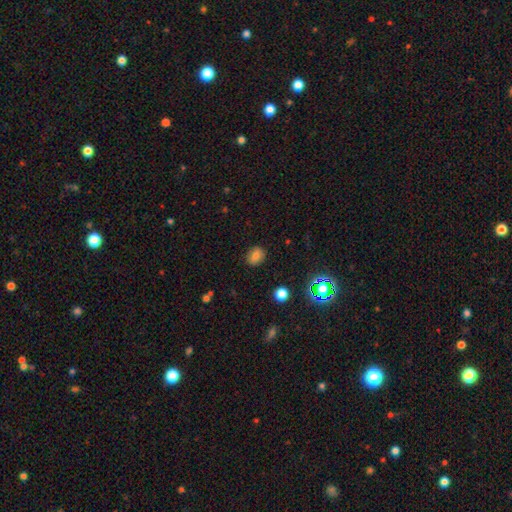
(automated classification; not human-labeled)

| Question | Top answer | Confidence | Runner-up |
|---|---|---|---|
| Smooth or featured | smooth | 77% | star or artifact (14%) |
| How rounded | round | 50% | in between (49%) |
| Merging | none | 86% | minor disturbance (10%) |